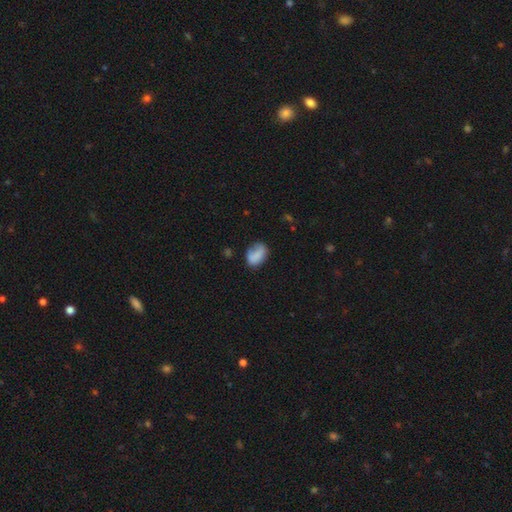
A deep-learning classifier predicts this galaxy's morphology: type=smooth (78%); roundness=in between (78%); merging=none (55%).